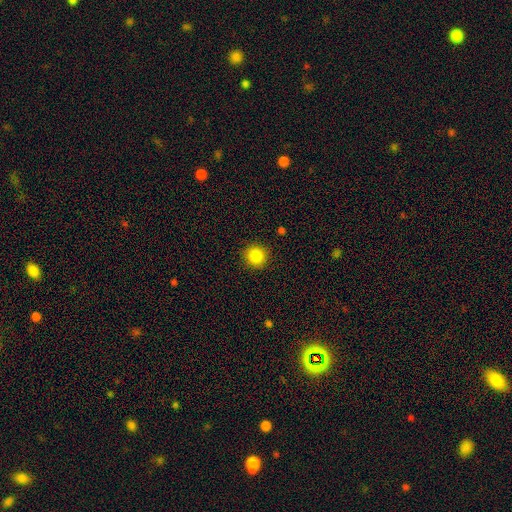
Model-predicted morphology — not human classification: type=smooth (85%); roundness=round (92%); merging=none (91%).